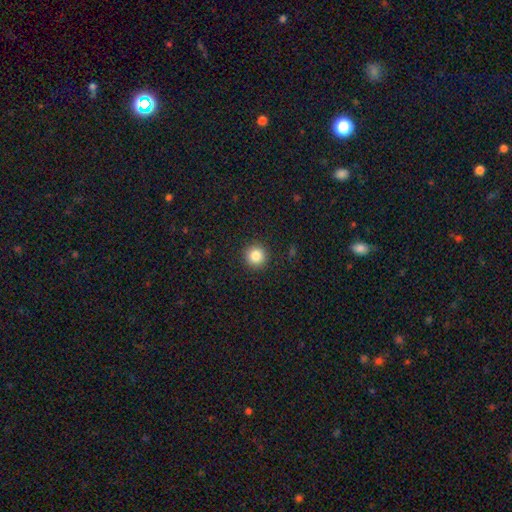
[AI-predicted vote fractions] Smooth or featured?
  - smooth: 85% *
  - star or artifact: 10%
  - featured or disk: 4%
How rounded?
  - round: 95% *
  - in between: 4%
  - cigar-shaped: 1%
Merging?
  - none: 92% *
  - minor disturbance: 5%
  - major disturbance: 2%
  - merger: 1%